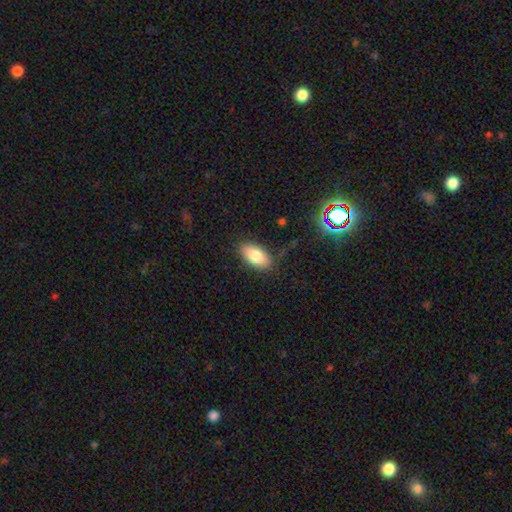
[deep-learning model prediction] smooth-or-featured: smooth: 81% | featured or disk: 12% | star or artifact: 7%
  how-rounded: in between: 92% | cigar-shaped: 4% | round: 4%
  merging: none: 82% | minor disturbance: 13% | major disturbance: 3% | merger: 2%